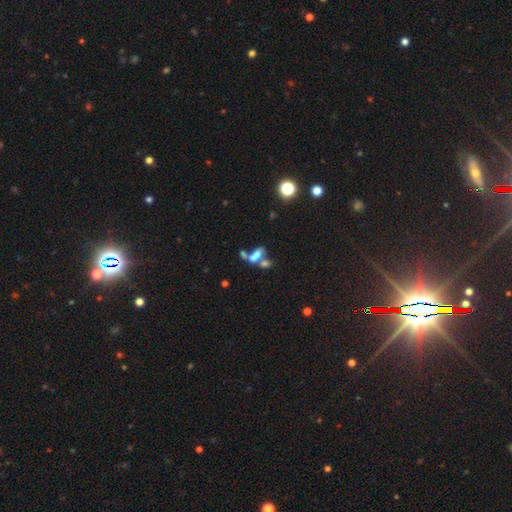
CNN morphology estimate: A smooth galaxy with no disk features (53%) that is in between round and cigar-shaped (77%). Merging: merger (63%).